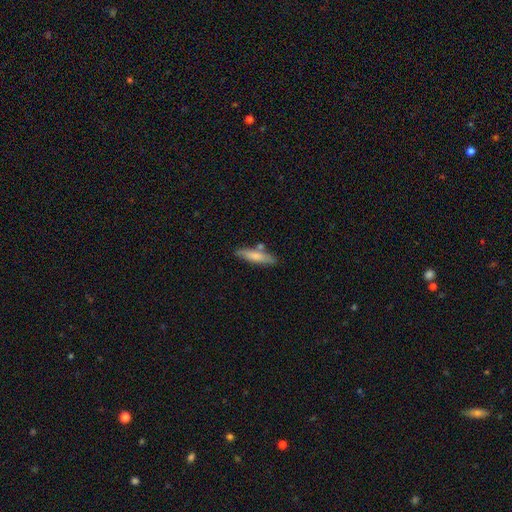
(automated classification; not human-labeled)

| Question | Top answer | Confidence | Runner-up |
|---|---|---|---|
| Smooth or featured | smooth | 72% | featured or disk (22%) |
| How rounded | cigar-shaped | 78% | in between (20%) |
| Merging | none | 75% | minor disturbance (13%) |